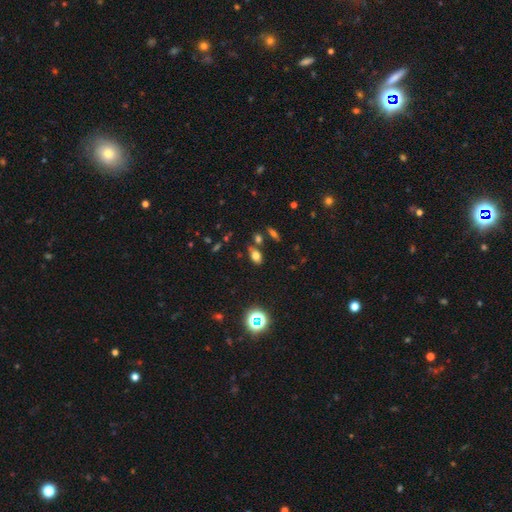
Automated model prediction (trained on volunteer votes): smooth-or-featured: smooth: 70% | star or artifact: 18% | featured or disk: 12%
  how-rounded: in between: 82% | round: 15% | cigar-shaped: 4%
  merging: none: 70% | minor disturbance: 13% | merger: 12% | major disturbance: 4%